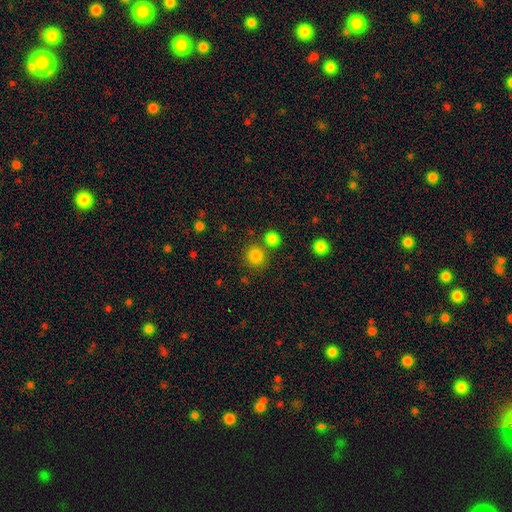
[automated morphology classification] Smooth or featured?
  - smooth: 83% *
  - star or artifact: 13%
  - featured or disk: 4%
How rounded?
  - round: 90% *
  - in between: 9%
  - cigar-shaped: 1%
Merging?
  - none: 77% *
  - merger: 13%
  - minor disturbance: 7%
  - major disturbance: 3%